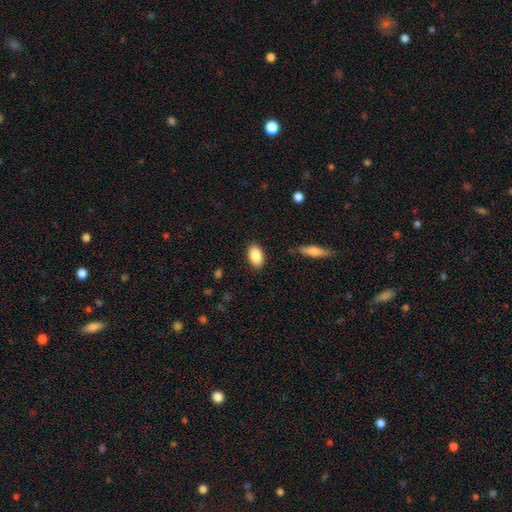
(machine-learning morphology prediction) Smooth or featured: smooth — 88% (star or artifact — 7%)
How rounded: in between — 93% (round — 5%)
Merging: none — 86% (minor disturbance — 10%)